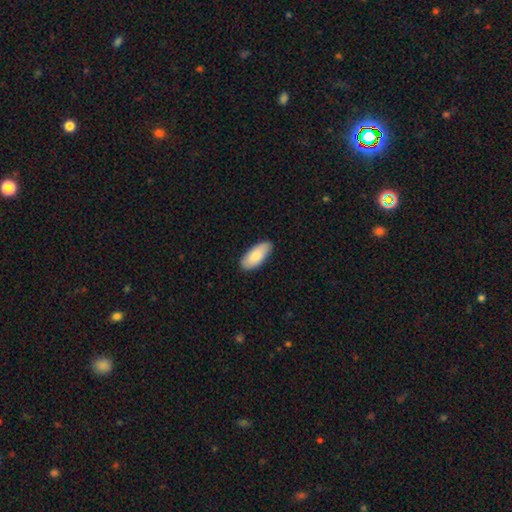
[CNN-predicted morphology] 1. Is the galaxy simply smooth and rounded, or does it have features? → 85% smooth, 10% featured or disk, 5% star or artifact.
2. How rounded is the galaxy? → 90% in between, 9% cigar-shaped, 2% round.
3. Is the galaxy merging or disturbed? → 87% none, 11% minor disturbance, 2% major disturbance, 1% merger.